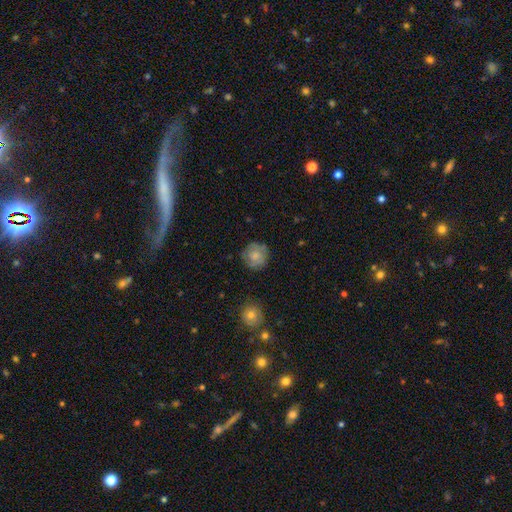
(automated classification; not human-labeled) Overall: smooth (71%). How rounded: round (91%). Merging: none (77%).